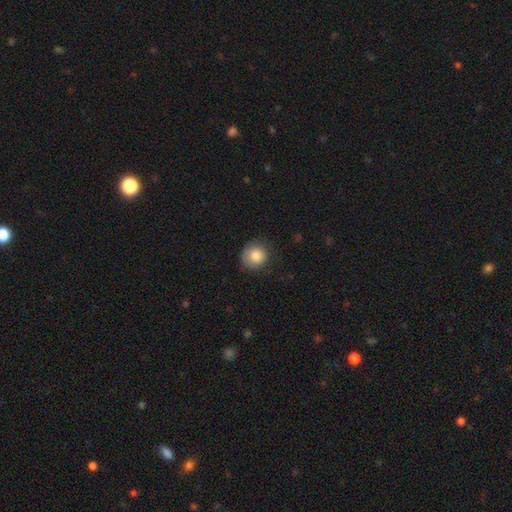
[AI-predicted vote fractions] Smooth or featured? smooth (84%)
How rounded? round (89%)
Merging? none (75%)